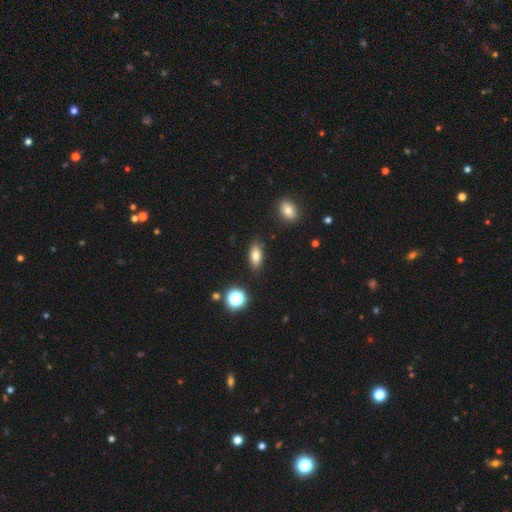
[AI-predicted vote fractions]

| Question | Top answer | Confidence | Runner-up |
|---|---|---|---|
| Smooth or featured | smooth | 78% | featured or disk (11%) |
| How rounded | in between | 83% | cigar-shaped (11%) |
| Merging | none | 85% | minor disturbance (10%) |